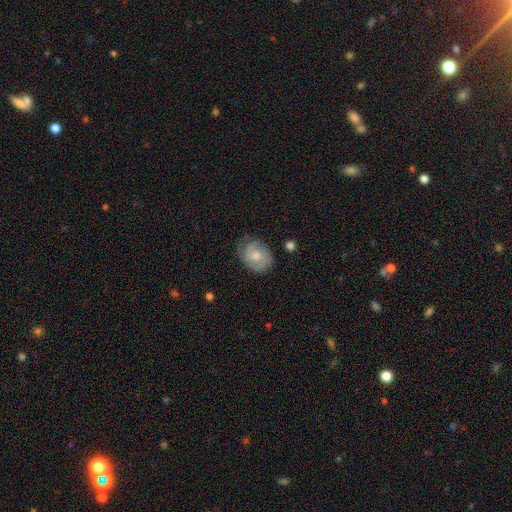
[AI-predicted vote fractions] The model was most divided on "smooth or featured": featured or disk: 52%, smooth: 41%, star or artifact: 7%. More confident: edge-on disk — no (97%); spiral arms — yes (84%); merging — none (70%); bar — no (69%); bulge size — moderate (57%).